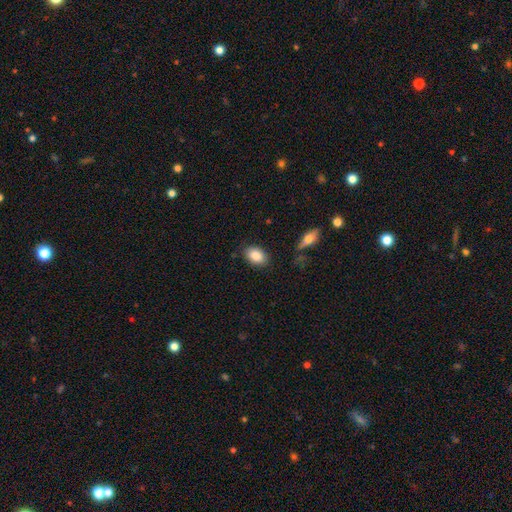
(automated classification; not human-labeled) Q: Smooth or featured?
A: smooth (86%); runner-up: star or artifact (7%)
Q: How rounded?
A: in between (84%); runner-up: round (15%)
Q: Merging?
A: none (85%); runner-up: minor disturbance (10%)